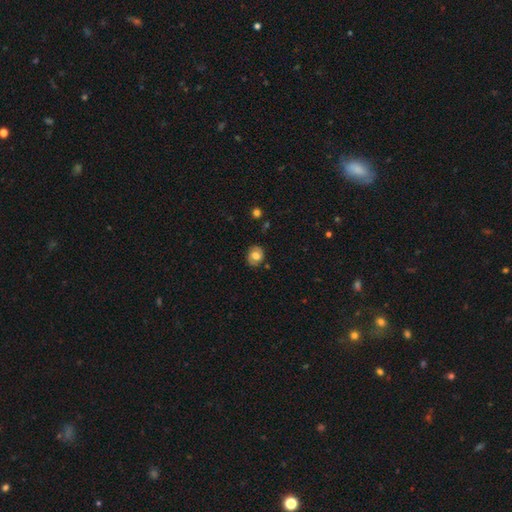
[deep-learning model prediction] Smooth or featured? Predicted: smooth (p=0.60). How rounded? Predicted: round (p=0.69). Merging? Predicted: none (p=0.81).